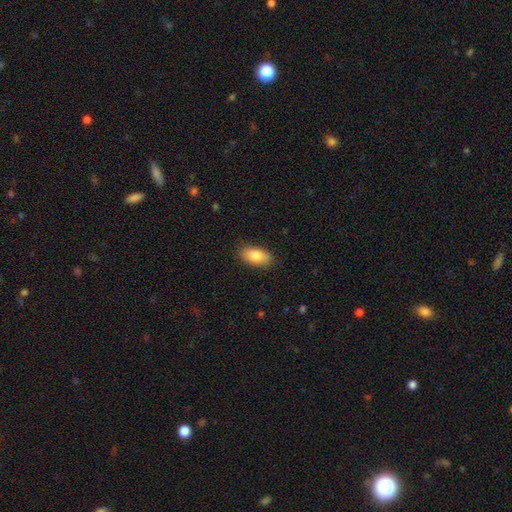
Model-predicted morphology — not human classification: This appears to be a smooth galaxy with no disk features (84%) that is in between round and cigar-shaped (91%). Merging: none (86%).